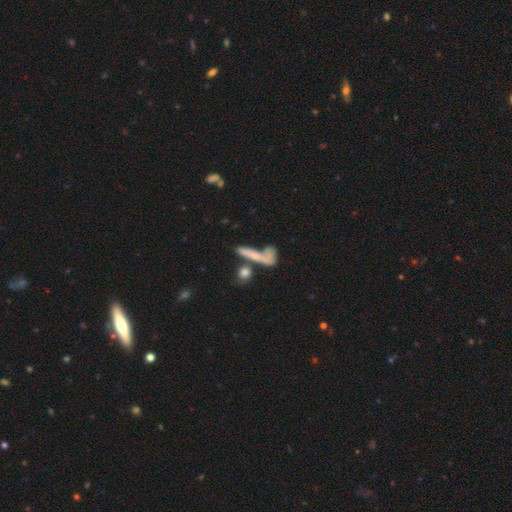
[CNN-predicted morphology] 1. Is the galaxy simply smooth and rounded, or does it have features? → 53% smooth, 33% featured or disk, 14% star or artifact.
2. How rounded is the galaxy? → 59% cigar-shaped, 28% in between, 13% round.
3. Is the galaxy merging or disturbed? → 36% merger, 35% none, 15% major disturbance, 14% minor disturbance.